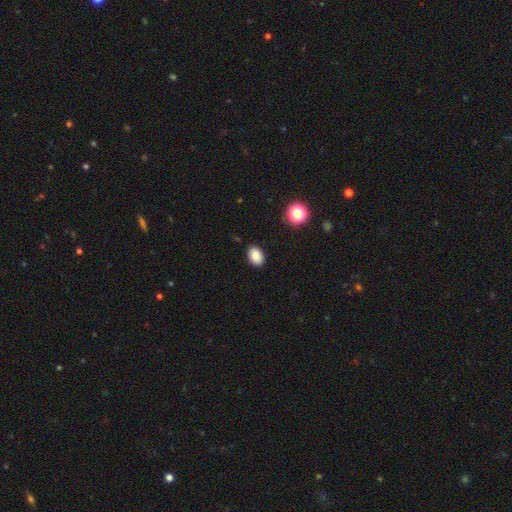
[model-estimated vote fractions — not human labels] smooth-or-featured: smooth: 87% | star or artifact: 10% | featured or disk: 3%
  how-rounded: in between: 85% | round: 14% | cigar-shaped: 1%
  merging: none: 88% | minor disturbance: 9% | major disturbance: 2% | merger: 1%